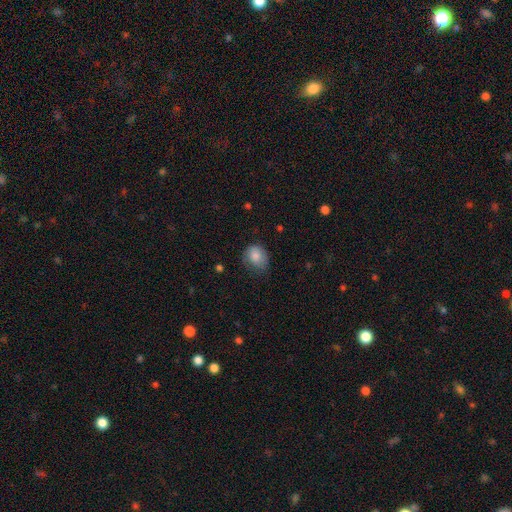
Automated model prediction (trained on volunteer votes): A smooth galaxy with no disk features (81%) that is round (59%). Merging: none (57%).